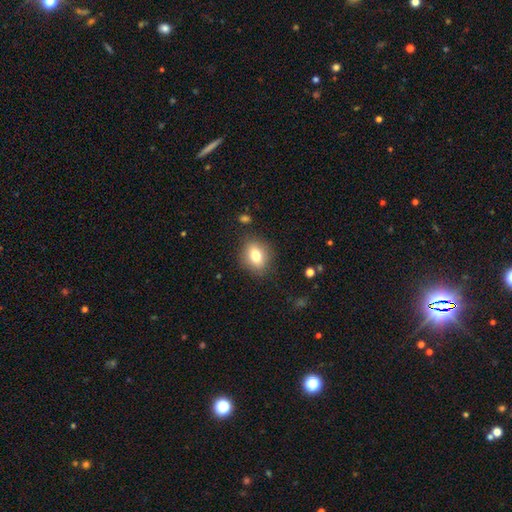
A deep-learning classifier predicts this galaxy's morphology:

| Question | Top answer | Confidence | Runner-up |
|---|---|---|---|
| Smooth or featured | smooth | 78% | featured or disk (13%) |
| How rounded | in between | 56% | round (42%) |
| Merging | none | 85% | minor disturbance (11%) |